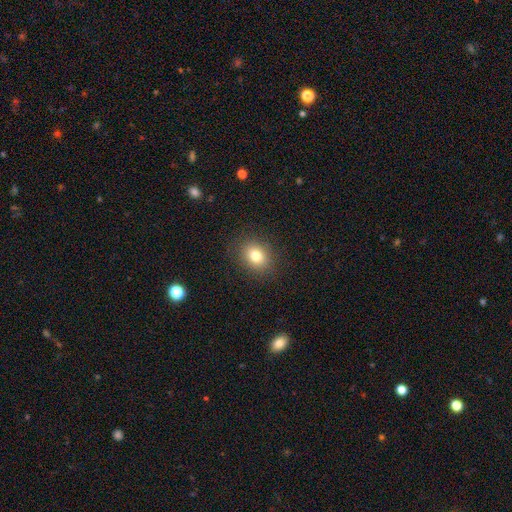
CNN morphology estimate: type=smooth (80%); roundness=round (51%); merging=none (88%).